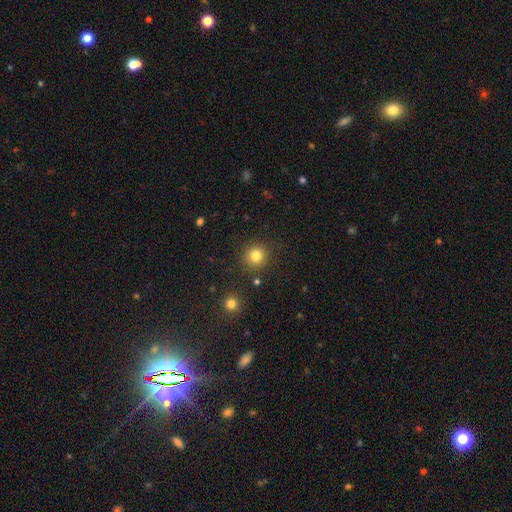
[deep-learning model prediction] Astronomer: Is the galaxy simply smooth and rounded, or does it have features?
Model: smooth — 81%.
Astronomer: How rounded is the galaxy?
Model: round — 93%.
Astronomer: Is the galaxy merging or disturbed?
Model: none — 88%.